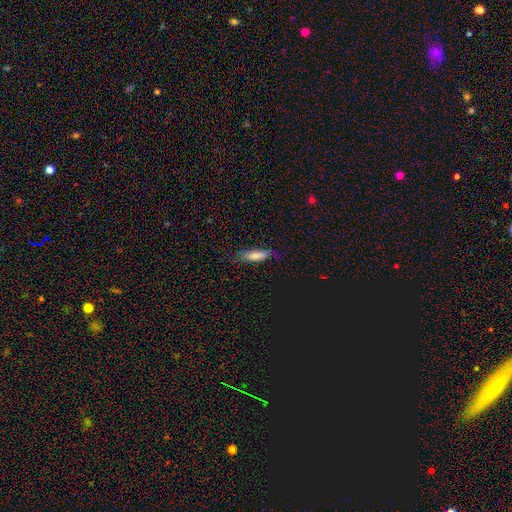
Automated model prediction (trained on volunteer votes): Overall: smooth (77%). How rounded: cigar-shaped (58%; in between 40%). Merging: none (77%).